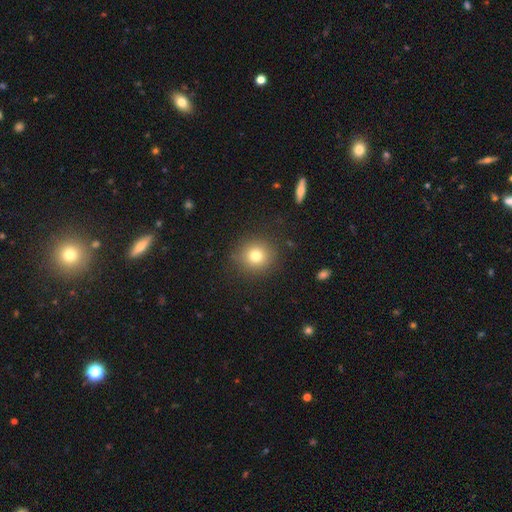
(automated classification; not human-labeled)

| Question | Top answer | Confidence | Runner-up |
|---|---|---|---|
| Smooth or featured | smooth | 77% | star or artifact (13%) |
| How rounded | round | 91% | in between (8%) |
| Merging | none | 88% | minor disturbance (8%) |